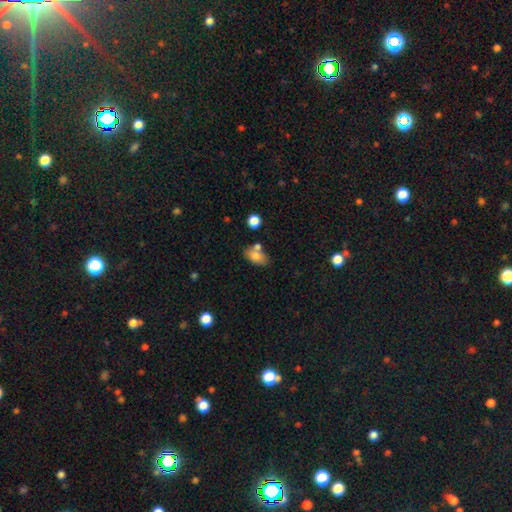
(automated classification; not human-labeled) A smooth galaxy with no disk features (77%) that is in between round and cigar-shaped (89%).

Vote fractions:
- Smooth or featured? smooth: 77% / featured or disk: 15% / star or artifact: 8%
- How rounded? in between: 89% / round: 8% / cigar-shaped: 3%
- Merging? none: 59% / merger: 22% / minor disturbance: 15% / major disturbance: 4%